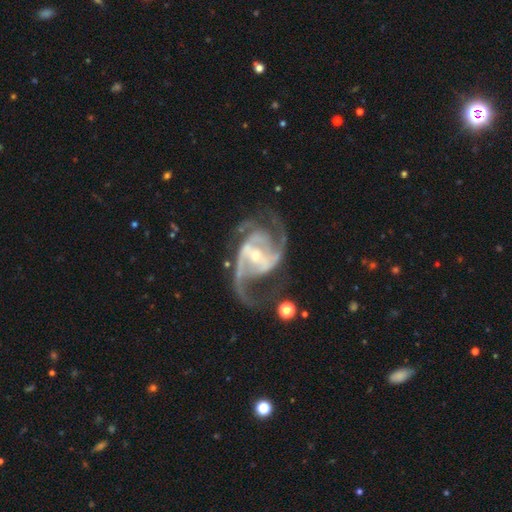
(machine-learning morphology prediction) Smooth or featured: featured or disk — 93% (star or artifact — 5%)
Edge-on disk: no — 98% (yes — 2%)
Bar: strong — 45% (weak — 38%)
Spiral arms: yes — 98% (no — 2%)
Spiral winding: medium — 56% (loose — 30%)
Spiral arm count: 2 — 71% (3 — 15%)
Bulge size: small — 65% (moderate — 31%)
Merging: none — 62% (major disturbance — 18%)